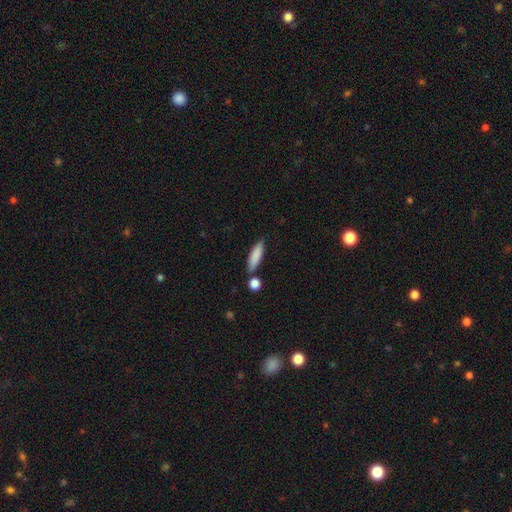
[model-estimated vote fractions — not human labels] This appears to be a smooth galaxy with no disk features (83%) that is cigar-shaped (62%). Merging: none (72%).